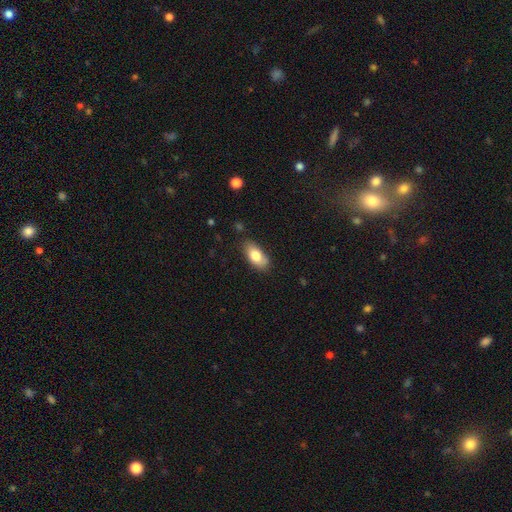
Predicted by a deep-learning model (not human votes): smooth 79%, featured or disk 14%, star or artifact 7%. Down the decision tree: how rounded — in between (90%); merging — none (76%).